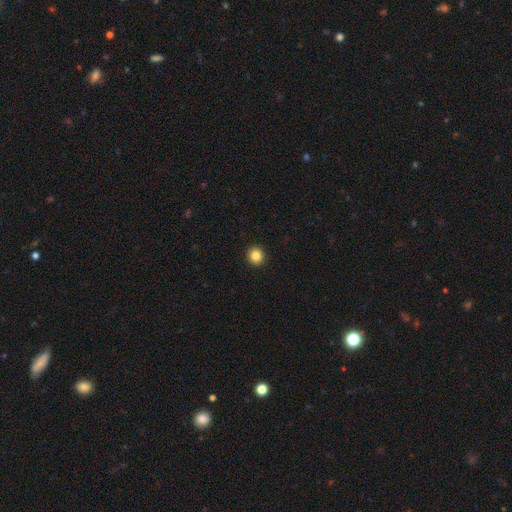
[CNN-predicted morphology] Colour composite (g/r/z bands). It shows a smooth galaxy with no disk features (85%) that is round (90%). Merging: none (94%).